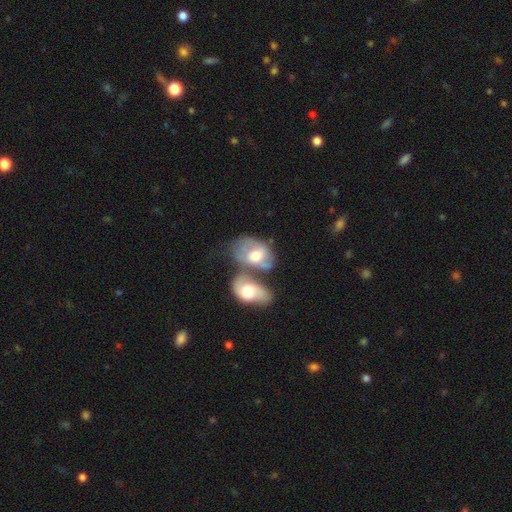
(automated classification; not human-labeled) A featured or disk galaxy (52%). Merging: merger (65%).